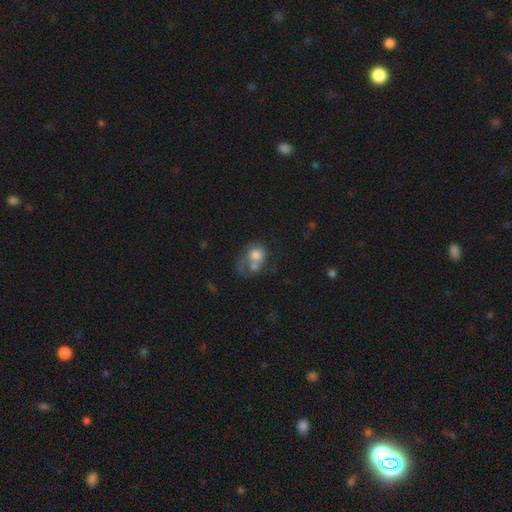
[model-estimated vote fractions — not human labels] This appears to be a smooth galaxy with no disk features (65%) that is round (64%). Merging: merger (51%).